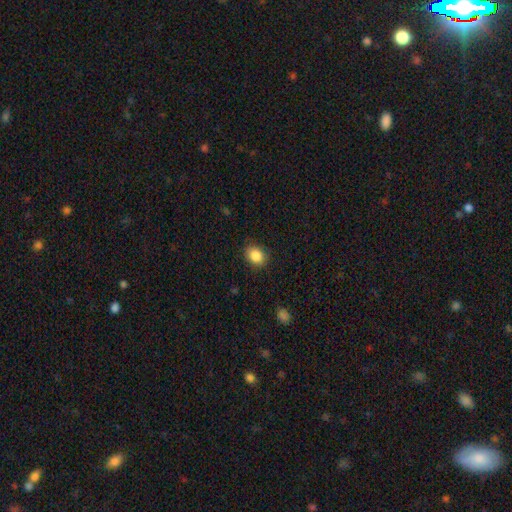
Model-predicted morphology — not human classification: Q: Smooth or featured?
A: smooth (87%); runner-up: star or artifact (9%)
Q: How rounded?
A: in between (52%); runner-up: round (47%)
Q: Merging?
A: none (86%); runner-up: minor disturbance (11%)